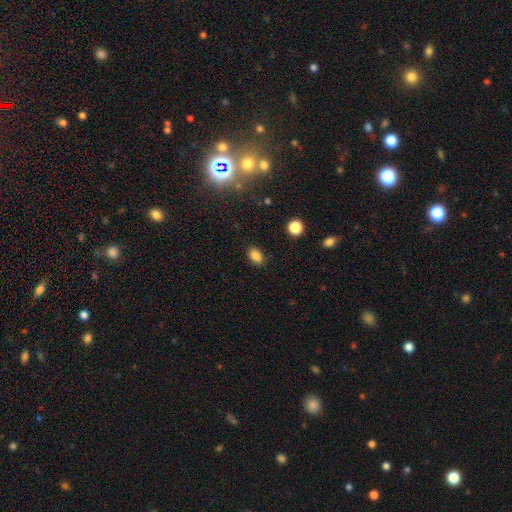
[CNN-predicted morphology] Overall: smooth (84%). How rounded: in between (83%). Merging: none (86%).